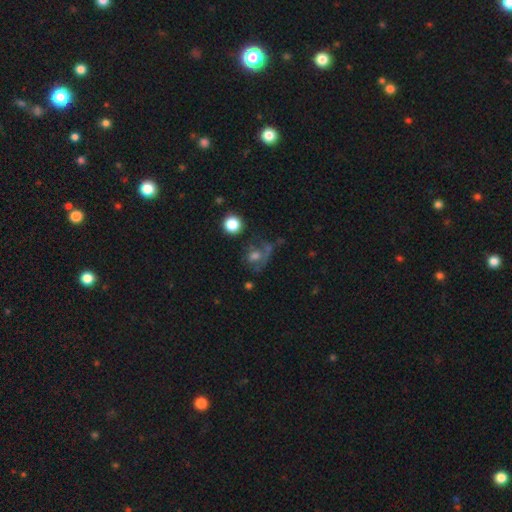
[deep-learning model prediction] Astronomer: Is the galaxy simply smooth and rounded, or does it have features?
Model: smooth — 42% (runner-up: featured or disk, 34%).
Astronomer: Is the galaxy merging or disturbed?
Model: none — 43% (runner-up: major disturbance, 27%).